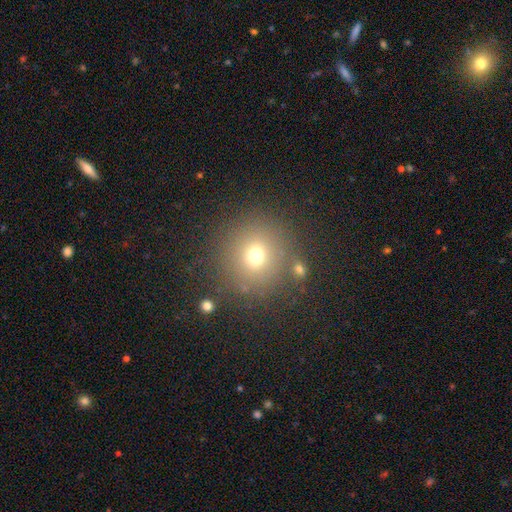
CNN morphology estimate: Smooth or featured: smooth — 70% (star or artifact — 19%)
How rounded: round — 93% (in between — 6%)
Merging: none — 83% (minor disturbance — 8%)